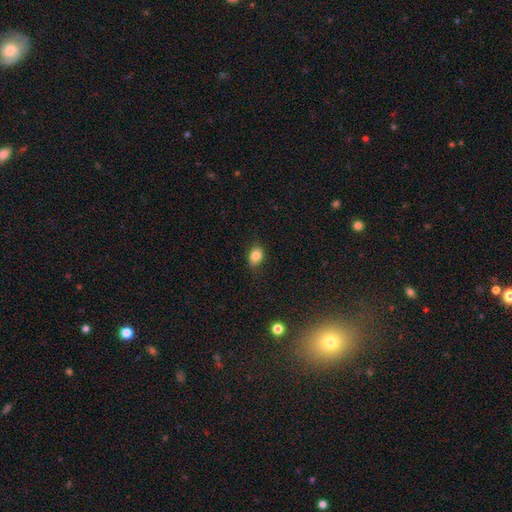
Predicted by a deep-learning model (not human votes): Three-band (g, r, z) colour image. It shows a smooth galaxy with no disk features (83%) that is in between round and cigar-shaped (72%). Merging: none (82%).